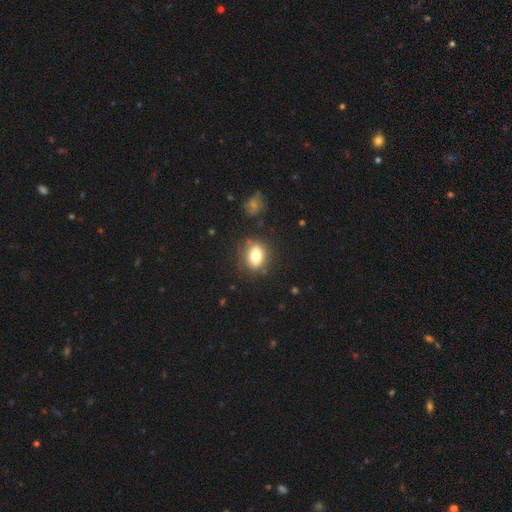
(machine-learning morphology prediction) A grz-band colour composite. It shows a smooth galaxy with no disk features (73%) that is in between round and cigar-shaped (65%). Merging: none (79%).